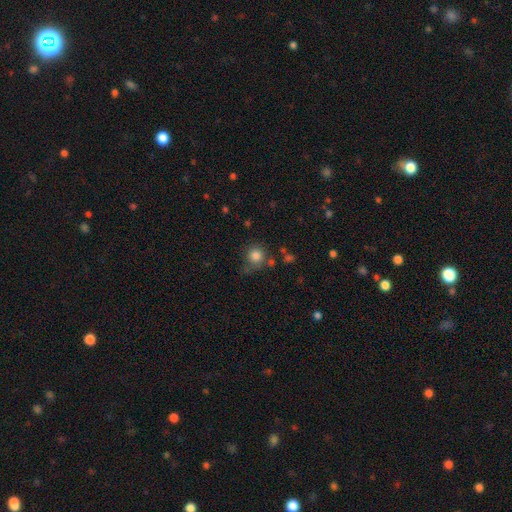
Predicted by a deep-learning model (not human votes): The model was most divided on "merging": none: 69%, minor disturbance: 18%, merger: 7%, major disturbance: 7%. More confident: how rounded — round (91%); smooth or featured — smooth (82%).